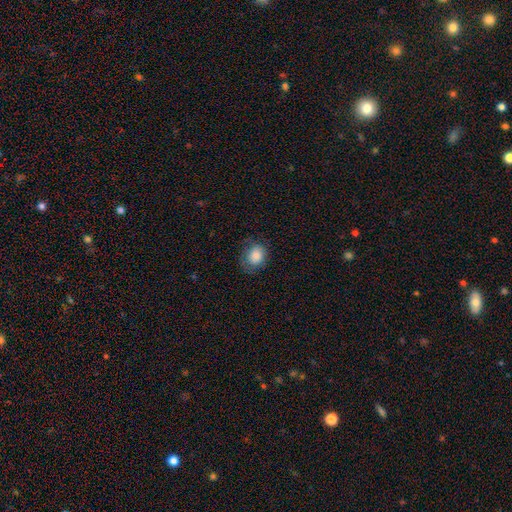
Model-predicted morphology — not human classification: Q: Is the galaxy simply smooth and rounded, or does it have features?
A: smooth — 84%.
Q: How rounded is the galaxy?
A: round — 50%.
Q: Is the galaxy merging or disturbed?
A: none — 71%.